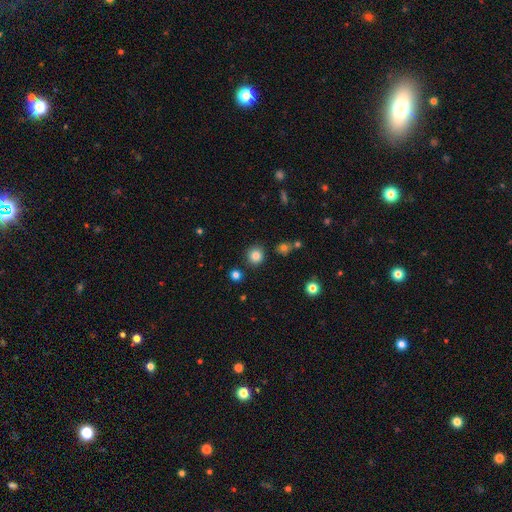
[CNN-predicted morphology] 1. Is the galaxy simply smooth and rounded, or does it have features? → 83% smooth, 12% star or artifact, 5% featured or disk.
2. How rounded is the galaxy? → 92% round, 7% in between, 1% cigar-shaped.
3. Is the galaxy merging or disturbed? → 88% none, 7% minor disturbance, 4% merger, 2% major disturbance.